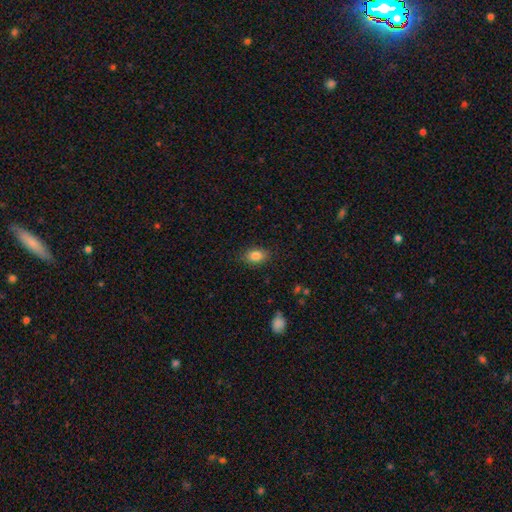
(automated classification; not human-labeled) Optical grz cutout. It shows a smooth galaxy with no disk features (84%) that is in between round and cigar-shaped (82%). Merging: none (84%).